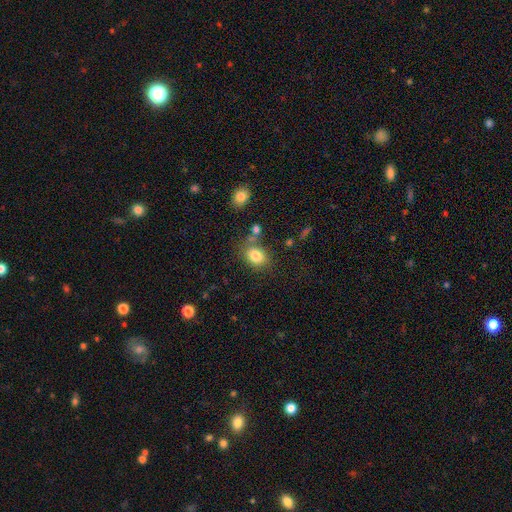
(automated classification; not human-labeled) Smooth or featured? smooth (82%)
How rounded? in between (66%)
Merging? none (68%)